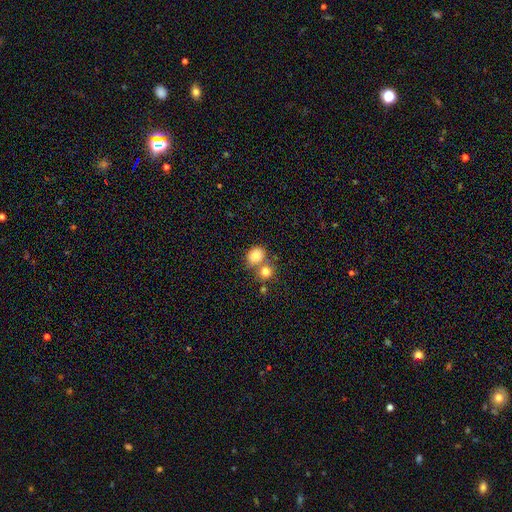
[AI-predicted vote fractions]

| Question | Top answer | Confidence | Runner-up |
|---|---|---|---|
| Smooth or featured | smooth | 80% | star or artifact (11%) |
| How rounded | round | 60% | in between (39%) |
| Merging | none | 53% | merger (33%) |